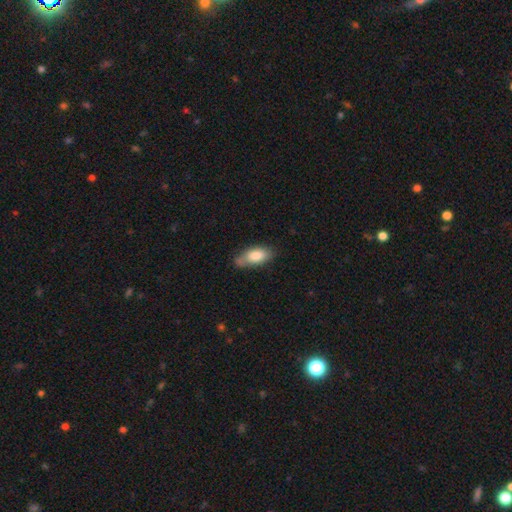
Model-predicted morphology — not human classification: Q: Smooth or featured?
A: smooth (79%); runner-up: featured or disk (14%)
Q: How rounded?
A: in between (87%); runner-up: cigar-shaped (11%)
Q: Merging?
A: none (61%); runner-up: minor disturbance (28%)